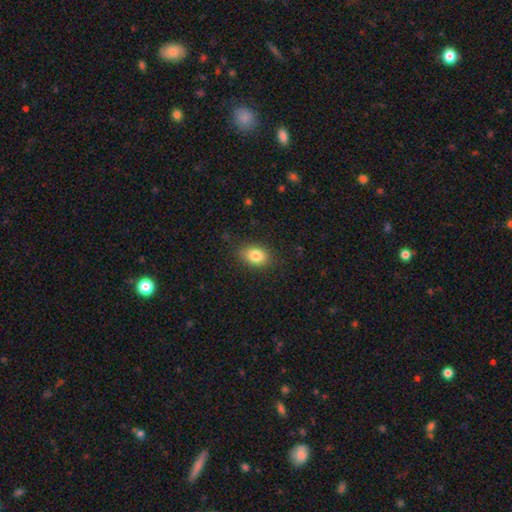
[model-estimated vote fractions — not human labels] Overall: smooth (83%). How rounded: in between (75%). Merging: none (84%).